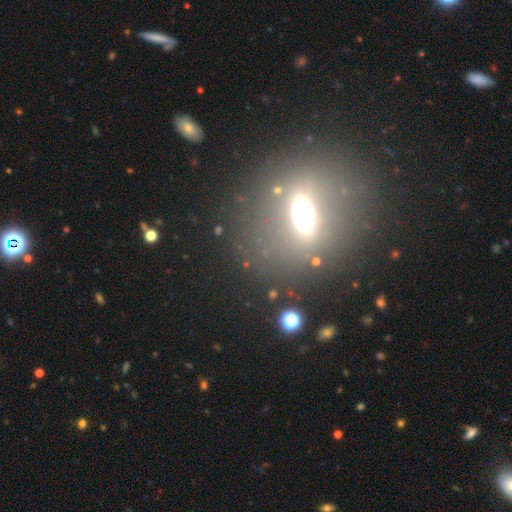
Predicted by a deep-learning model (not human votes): Morphology: type=featured or disk (51%); edge-on=no (51%); merging=none (82%).